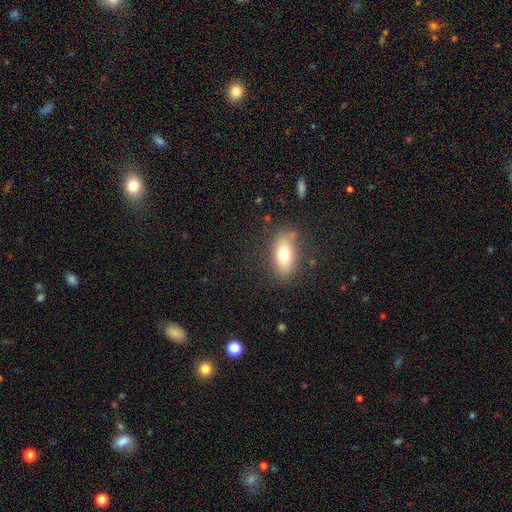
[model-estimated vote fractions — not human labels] Smooth or featured: smooth — 53% (featured or disk — 30%)
How rounded: in between — 71% (cigar-shaped — 18%)
Merging: none — 82% (minor disturbance — 12%)